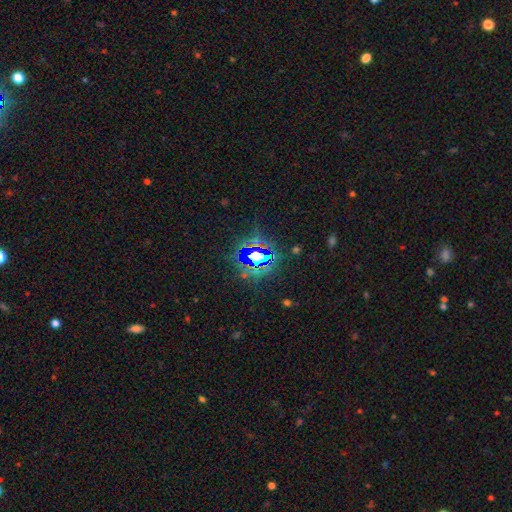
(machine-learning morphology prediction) A star or artifact, not a galaxy (79%).

Vote fractions:
- Smooth or featured? star or artifact: 79% / smooth: 12% / featured or disk: 8%